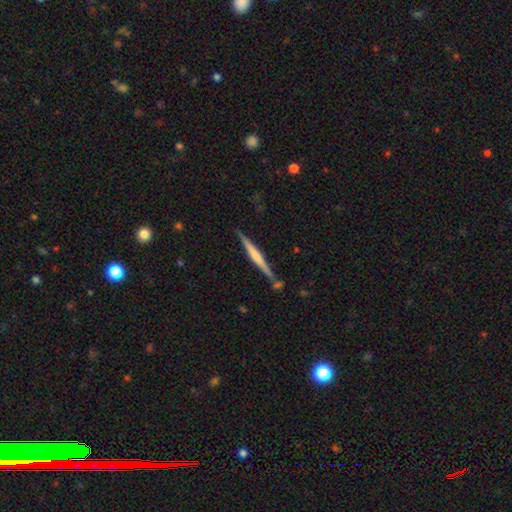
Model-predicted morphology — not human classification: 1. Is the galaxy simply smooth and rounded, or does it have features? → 62% featured or disk, 32% smooth, 6% star or artifact.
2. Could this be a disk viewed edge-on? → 98% yes, 2% no.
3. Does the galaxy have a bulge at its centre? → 41% rounded, 37% none, 22% boxy.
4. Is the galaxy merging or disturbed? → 81% none, 11% minor disturbance, 5% merger, 2% major disturbance.